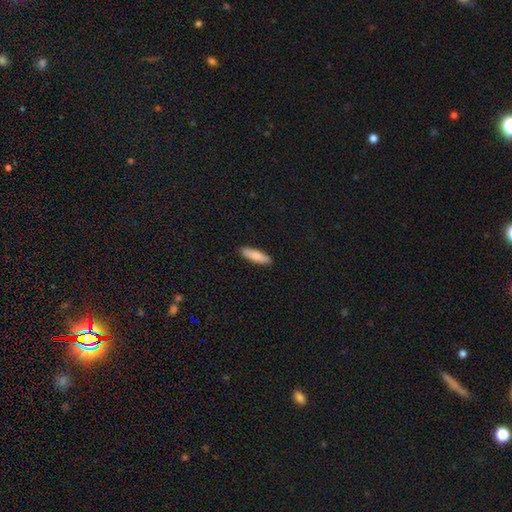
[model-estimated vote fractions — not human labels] Q: Smooth or featured?
A: smooth (83%); runner-up: featured or disk (11%)
Q: How rounded?
A: cigar-shaped (69%); runner-up: in between (29%)
Q: Merging?
A: none (90%); runner-up: minor disturbance (7%)